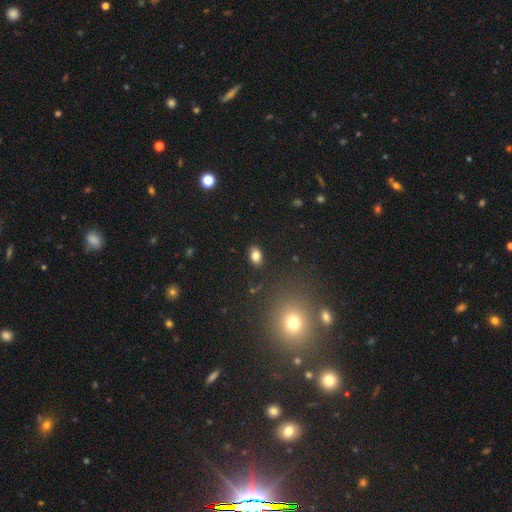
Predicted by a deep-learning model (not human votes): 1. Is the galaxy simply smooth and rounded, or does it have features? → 82% smooth, 10% star or artifact, 8% featured or disk.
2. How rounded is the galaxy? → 87% in between, 11% round, 2% cigar-shaped.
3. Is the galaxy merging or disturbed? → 88% none, 9% minor disturbance, 2% major disturbance, 2% merger.